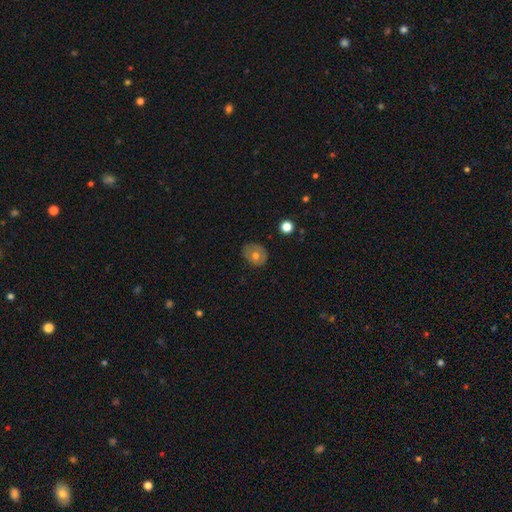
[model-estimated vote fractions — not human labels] Morphology: type=smooth (61%); roundness=round (66%); merging=none (77%).